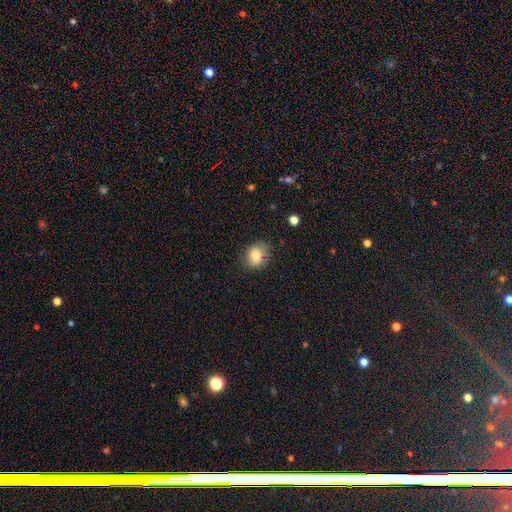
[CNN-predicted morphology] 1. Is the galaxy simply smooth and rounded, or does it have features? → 80% smooth, 11% featured or disk, 9% star or artifact.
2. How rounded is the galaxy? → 62% round, 37% in between, 1% cigar-shaped.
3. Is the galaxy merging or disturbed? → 76% none, 18% minor disturbance, 5% major disturbance, 1% merger.